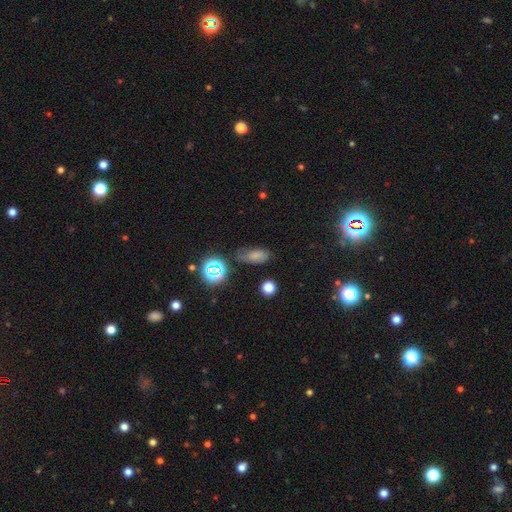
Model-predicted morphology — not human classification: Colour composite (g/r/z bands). It shows a smooth galaxy with no disk features (65%) that is in between round and cigar-shaped (84%). Merging: none (63%).